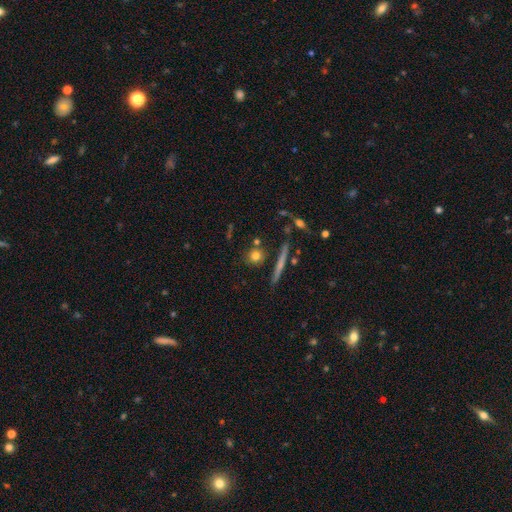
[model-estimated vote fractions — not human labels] Smooth or featured: smooth — 72% (featured or disk — 17%)
How rounded: round — 80% (in between — 11%)
Merging: none — 77% (minor disturbance — 10%)